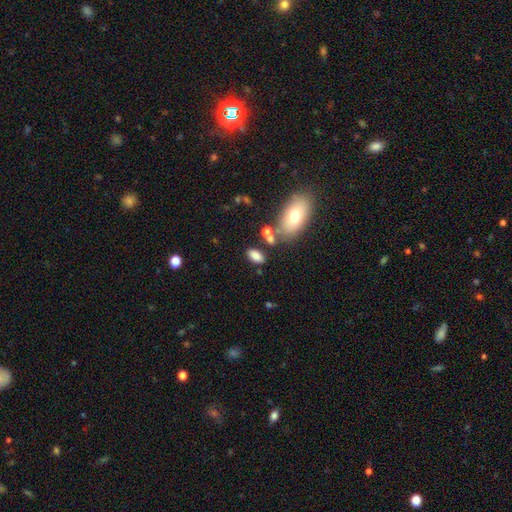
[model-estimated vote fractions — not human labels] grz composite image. It shows a smooth galaxy with no disk features (81%) that is in between round and cigar-shaped (88%). Merging: none (72%).